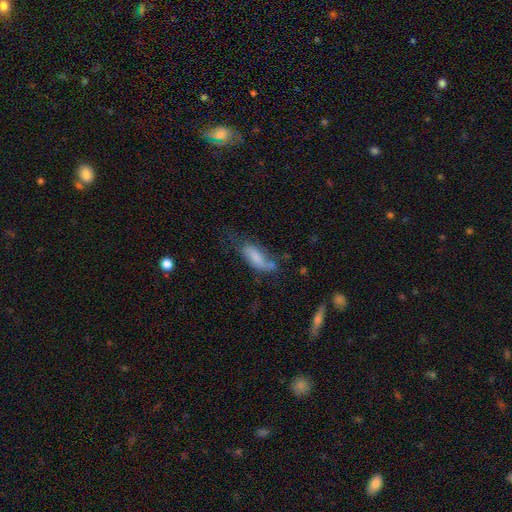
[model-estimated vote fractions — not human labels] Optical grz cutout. It shows a smooth galaxy with no disk features (65%) that is in between round and cigar-shaped (69%). Merging: none (39%).